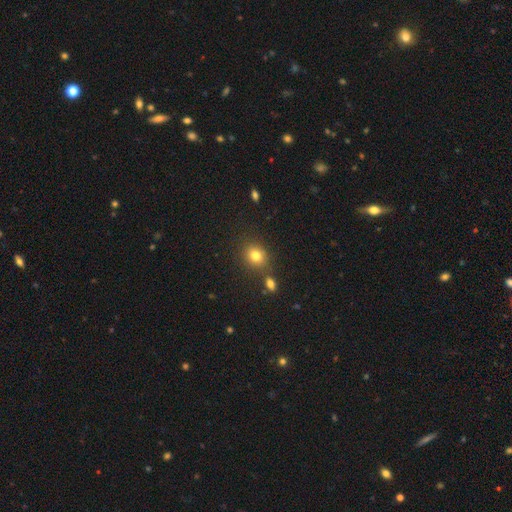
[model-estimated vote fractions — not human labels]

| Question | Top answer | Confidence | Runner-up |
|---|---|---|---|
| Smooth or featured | smooth | 79% | star or artifact (13%) |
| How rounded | round | 68% | in between (31%) |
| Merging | none | 76% | merger (10%) |